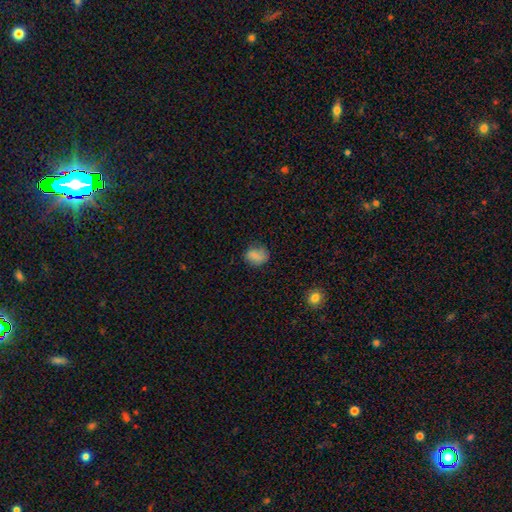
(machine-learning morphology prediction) This appears to be a smooth galaxy with no disk features (79%) that is in between round and cigar-shaped (50%). Merging: none (66%).